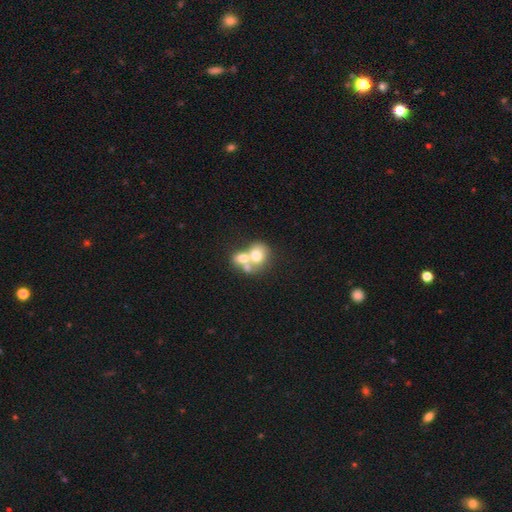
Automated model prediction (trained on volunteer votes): Smooth or featured? smooth (62%)
How rounded? round (56%)
Merging? merger (71%)